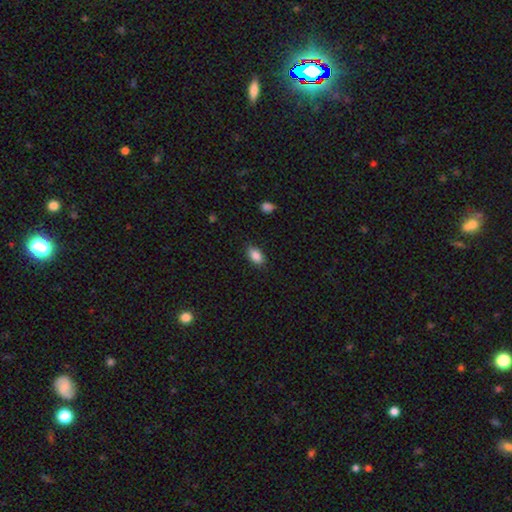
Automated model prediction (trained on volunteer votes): This appears to be a smooth galaxy with no disk features (87%) that is in between round and cigar-shaped (90%). Merging: none (85%).